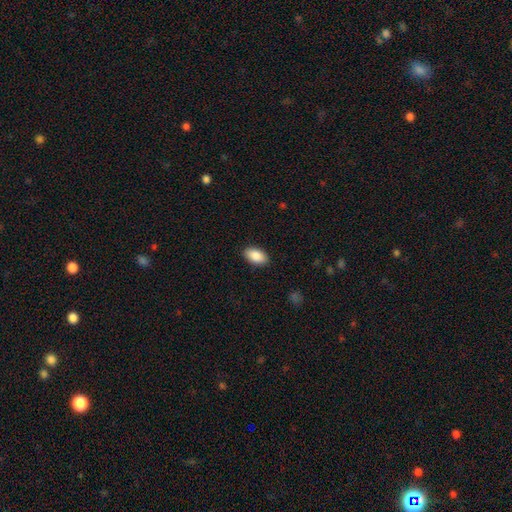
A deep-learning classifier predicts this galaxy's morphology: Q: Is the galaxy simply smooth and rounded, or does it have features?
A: smooth — 88%.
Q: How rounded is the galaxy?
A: in between — 94%.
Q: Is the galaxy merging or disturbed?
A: none — 89%.